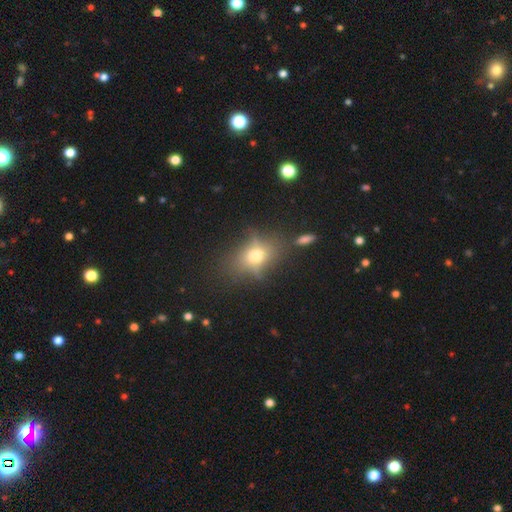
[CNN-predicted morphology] Smooth or featured? Predicted: smooth (p=0.59). How rounded? Predicted: in between (p=0.61). Merging? Predicted: none (p=0.60).